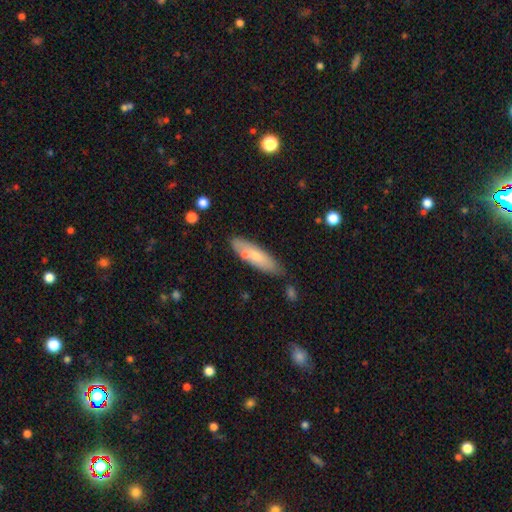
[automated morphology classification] Smooth or featured: smooth — 66% (featured or disk — 27%)
How rounded: cigar-shaped — 61% (in between — 38%)
Merging: none — 71% (minor disturbance — 17%)